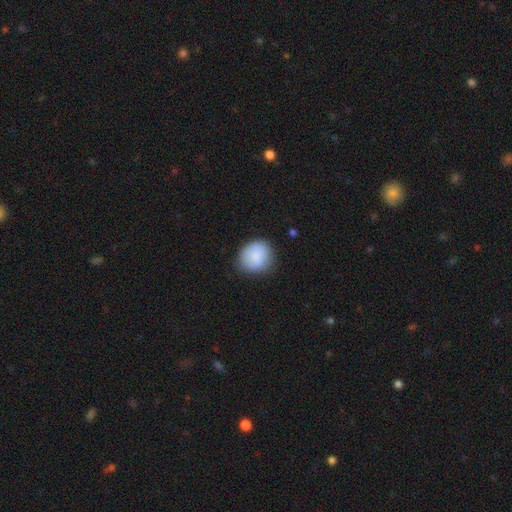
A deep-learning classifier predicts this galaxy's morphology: A smooth galaxy with no disk features (84%) that is round (80%).

Vote fractions:
- Smooth or featured? smooth: 84% / featured or disk: 9% / star or artifact: 7%
- How rounded? round: 80% / in between: 19% / cigar-shaped: 1%
- Merging? none: 78% / minor disturbance: 17% / major disturbance: 4% / merger: 1%